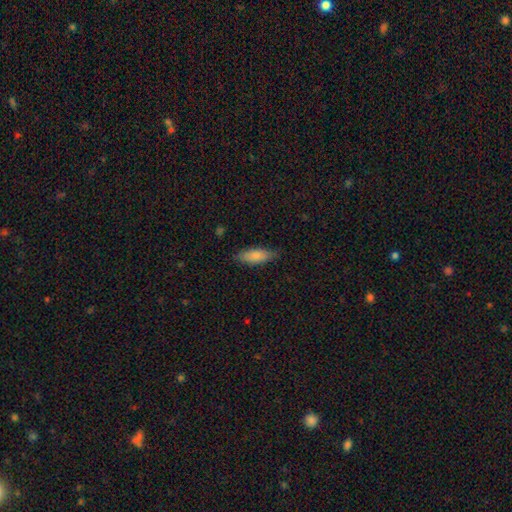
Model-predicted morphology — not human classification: Smooth or featured?
  - smooth: 83% *
  - featured or disk: 11%
  - star or artifact: 6%
How rounded?
  - in between: 68% *
  - cigar-shaped: 31%
  - round: 2%
Merging?
  - none: 78% *
  - minor disturbance: 18%
  - major disturbance: 3%
  - merger: 1%